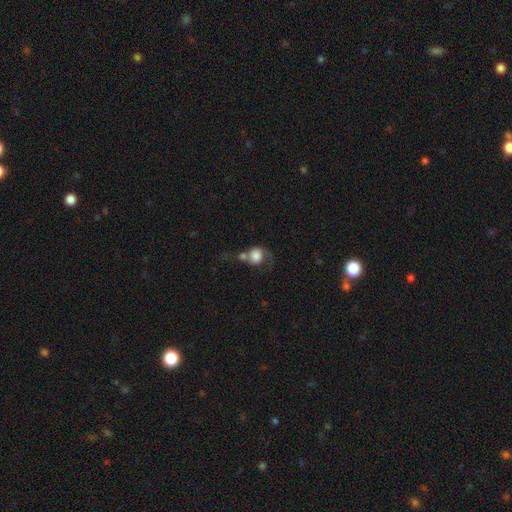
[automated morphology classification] Smooth or featured: smooth — 64% (featured or disk — 27%)
How rounded: round — 75% (in between — 24%)
Merging: merger — 50% (major disturbance — 24%)